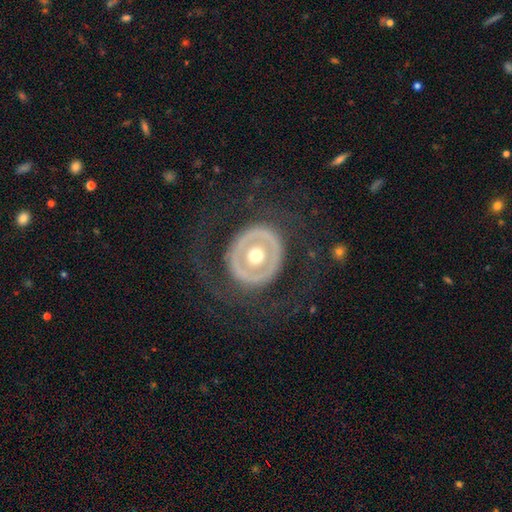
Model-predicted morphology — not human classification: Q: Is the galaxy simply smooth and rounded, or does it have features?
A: featured or disk — 65%.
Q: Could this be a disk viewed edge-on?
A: no — 93%.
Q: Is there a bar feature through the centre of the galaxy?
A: no — 82%.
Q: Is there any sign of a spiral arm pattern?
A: no — 87%.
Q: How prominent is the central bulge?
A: moderate — 70%.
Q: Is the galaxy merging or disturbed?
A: none — 73%.